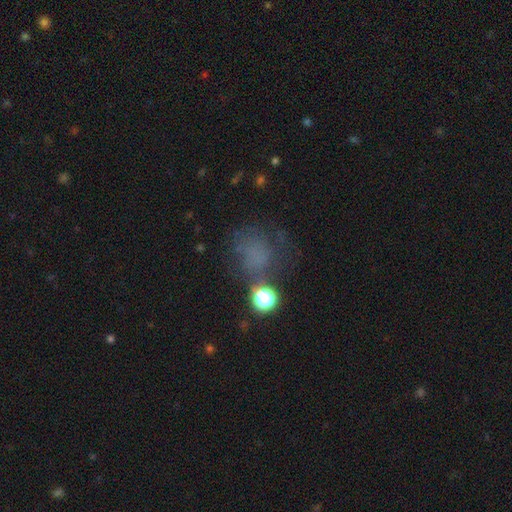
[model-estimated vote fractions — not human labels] smooth_or_featured: smooth (p=0.51) [alt: star or artifact p=0.29]
how_rounded: round (p=0.74) [alt: in between p=0.25]
merging: none (p=0.50) [alt: major disturbance p=0.22]